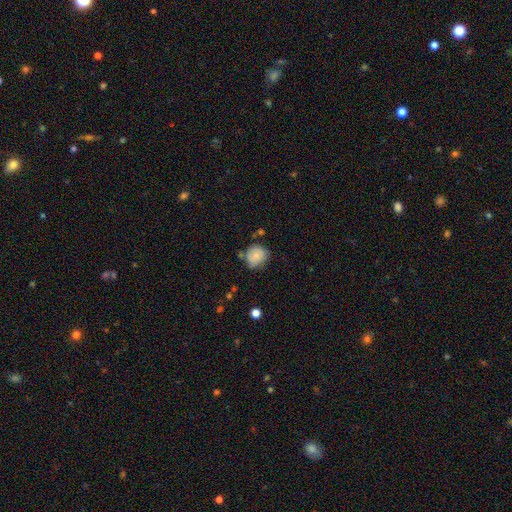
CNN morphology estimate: This is likely a smooth galaxy (76%). How rounded: likely round (72%). Merging: possibly none (56%).